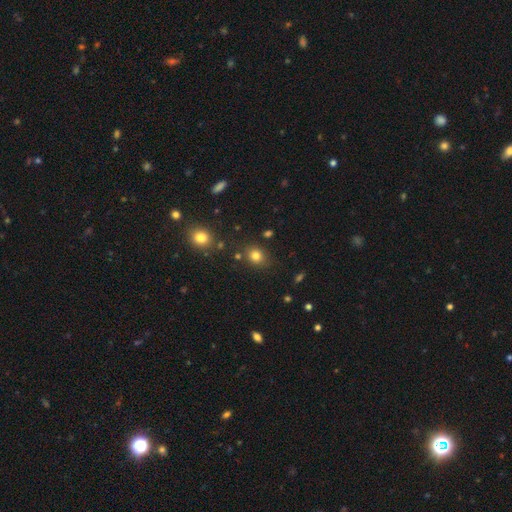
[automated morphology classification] Smooth or featured? smooth (80%)
How rounded? round (64%)
Merging? none (81%)